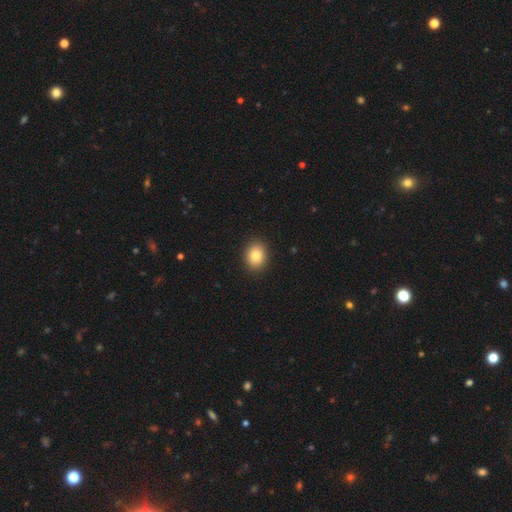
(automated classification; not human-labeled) Smooth or featured? smooth (84%)
How rounded? round (50%)
Merging? none (91%)